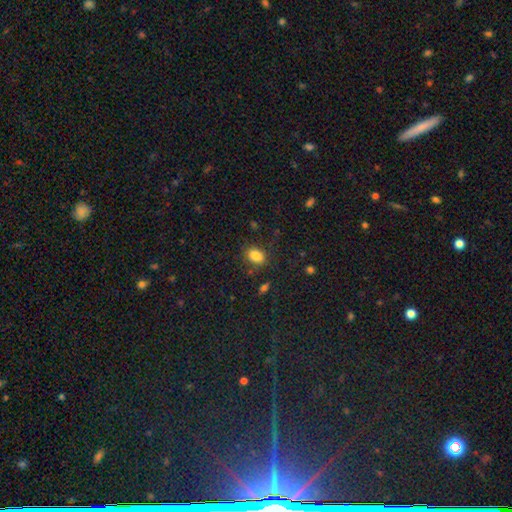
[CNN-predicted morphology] Smooth or featured? Predicted: smooth (p=0.85). How rounded? Predicted: in between (p=0.78). Merging? Predicted: none (p=0.82).